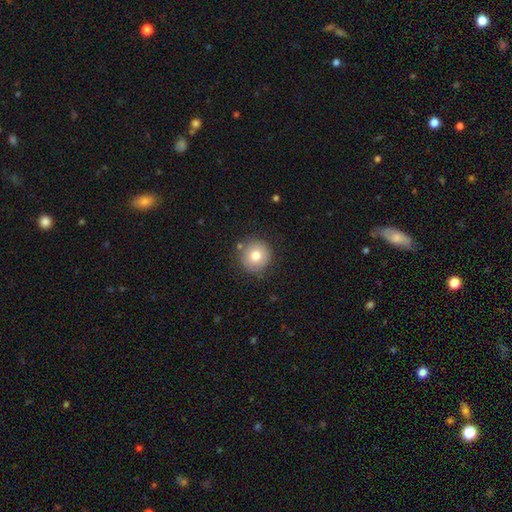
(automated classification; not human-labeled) Smooth or featured? Predicted: smooth (p=0.77). How rounded? Predicted: round (p=0.95). Merging? Predicted: none (p=0.84).